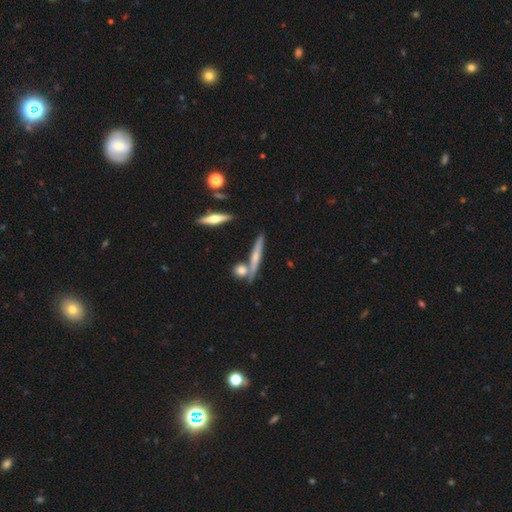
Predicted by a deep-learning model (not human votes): A featured or disk galaxy (48%).

Vote fractions:
- Smooth or featured? featured or disk: 48% / smooth: 44% / star or artifact: 8%
- Merging? none: 69% / merger: 17% / minor disturbance: 11% / major disturbance: 3%